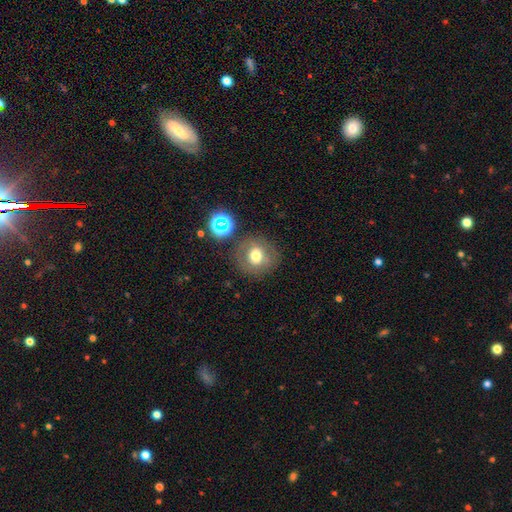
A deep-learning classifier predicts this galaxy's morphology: A smooth galaxy with no disk features (65%) that is round (87%). Merging: none (78%).